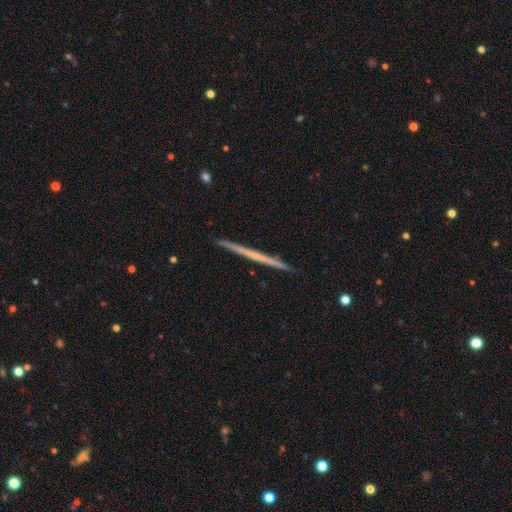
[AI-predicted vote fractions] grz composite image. It shows a featured or disk galaxy (60%) viewed edge-on (98%) with no central bulge (89%). Merging: none (93%).